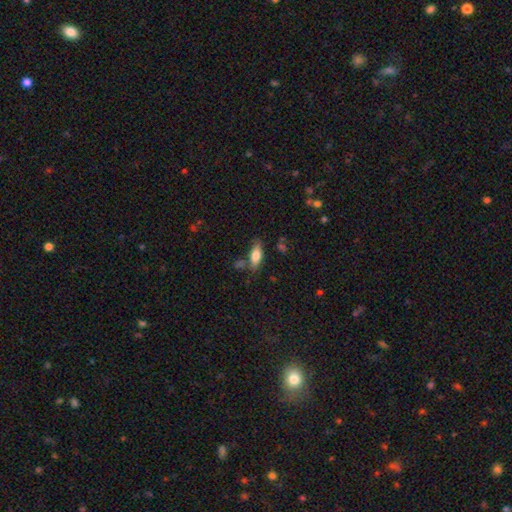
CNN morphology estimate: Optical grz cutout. It shows a smooth galaxy with no disk features (73%) that is in between round and cigar-shaped (74%). Merging: none (68%).